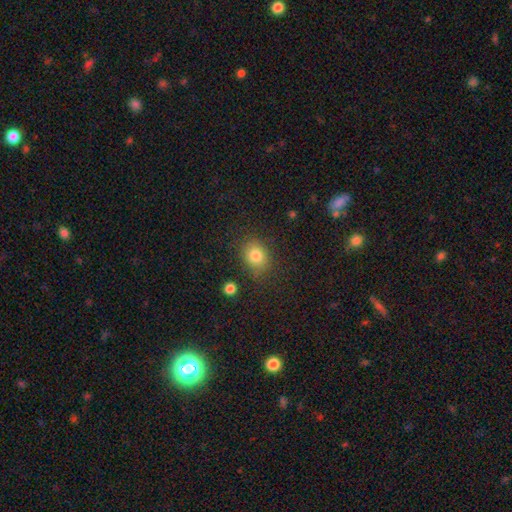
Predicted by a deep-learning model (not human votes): This appears to be a smooth galaxy with no disk features (80%) that is round (61%). Merging: none (79%).